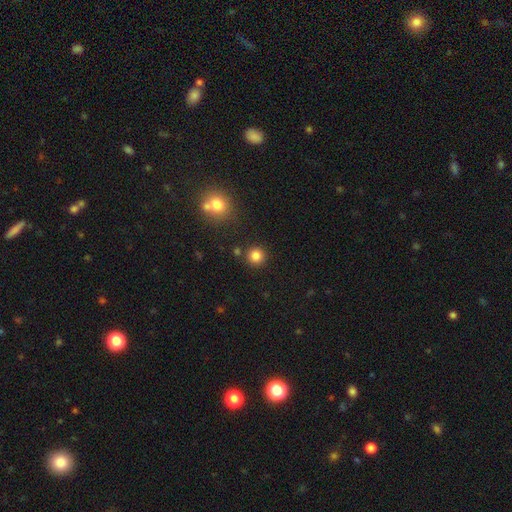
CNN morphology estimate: This is clearly a smooth galaxy (83%). How rounded: clearly round (94%). Merging: clearly none (87%).